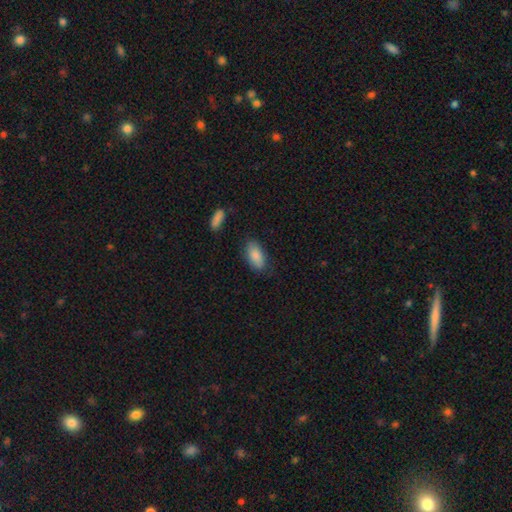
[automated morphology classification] This appears to be a smooth galaxy with no disk features (86%) that is in between round and cigar-shaped (92%). Merging: none (77%).